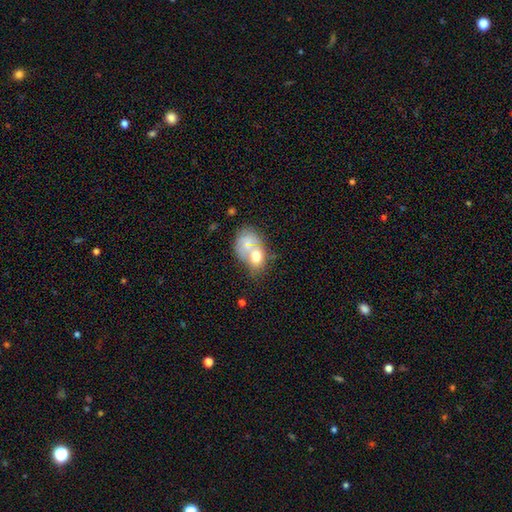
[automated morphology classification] smooth_or_featured: smooth (p=0.65) [alt: featured or disk p=0.27]
how_rounded: in between (p=0.61) [alt: round p=0.38]
merging: merger (p=0.64) [alt: none p=0.19]